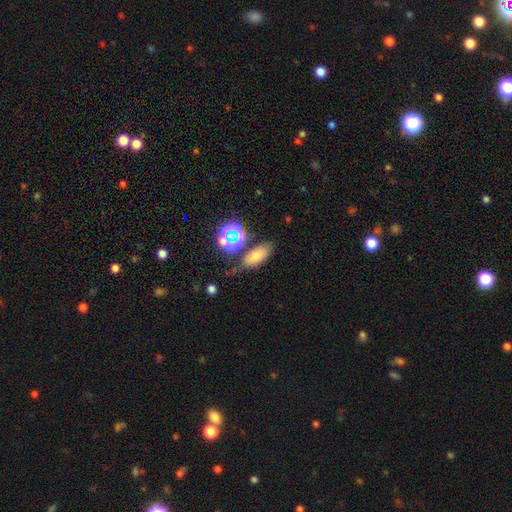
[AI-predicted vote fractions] Overall: smooth (68%). How rounded: in between (79%). Merging: none (69%).